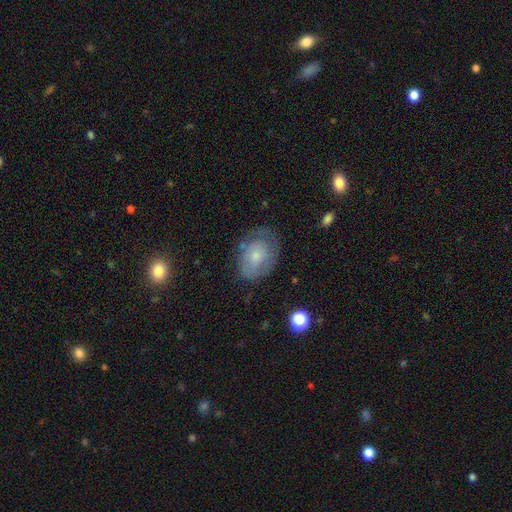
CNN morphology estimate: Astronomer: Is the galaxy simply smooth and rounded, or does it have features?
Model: smooth — 55% (runner-up: featured or disk, 36%).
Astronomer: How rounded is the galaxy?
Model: in between — 71%.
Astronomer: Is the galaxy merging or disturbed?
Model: none — 62%.